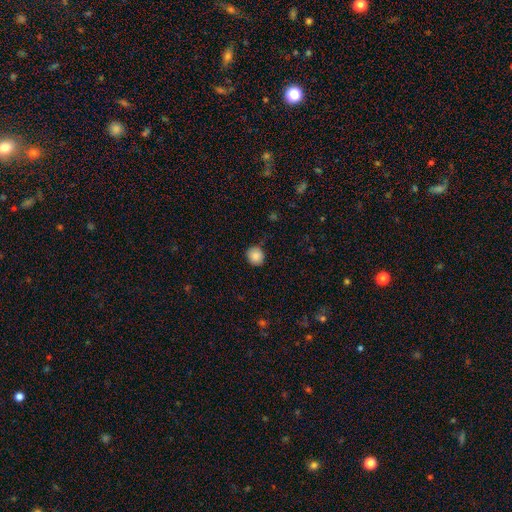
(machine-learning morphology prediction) Smooth or featured: smooth — 87% (star or artifact — 9%)
How rounded: round — 89% (in between — 11%)
Merging: none — 84% (minor disturbance — 13%)